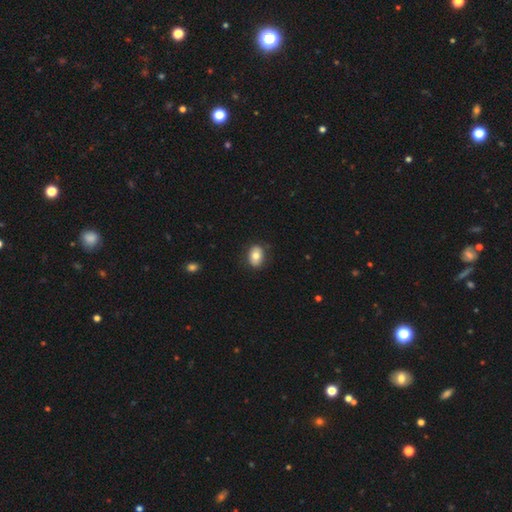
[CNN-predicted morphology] Q: Smooth or featured?
A: smooth (77%); runner-up: featured or disk (15%)
Q: How rounded?
A: in between (77%); runner-up: round (22%)
Q: Merging?
A: none (83%); runner-up: minor disturbance (13%)